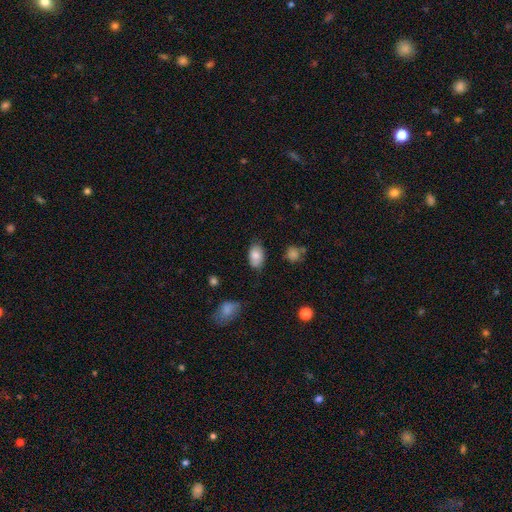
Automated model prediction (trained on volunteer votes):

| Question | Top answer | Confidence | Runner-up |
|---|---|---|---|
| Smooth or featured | smooth | 81% | featured or disk (12%) |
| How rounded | in between | 89% | round (10%) |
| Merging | none | 73% | minor disturbance (21%) |